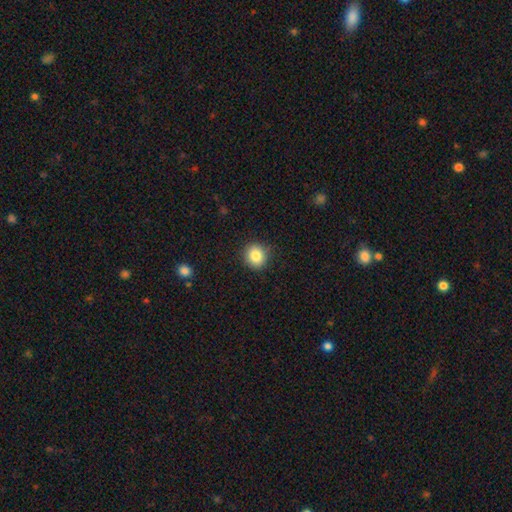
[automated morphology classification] This is clearly a smooth galaxy (85%). How rounded: clearly round (87%). Merging: clearly none (89%).